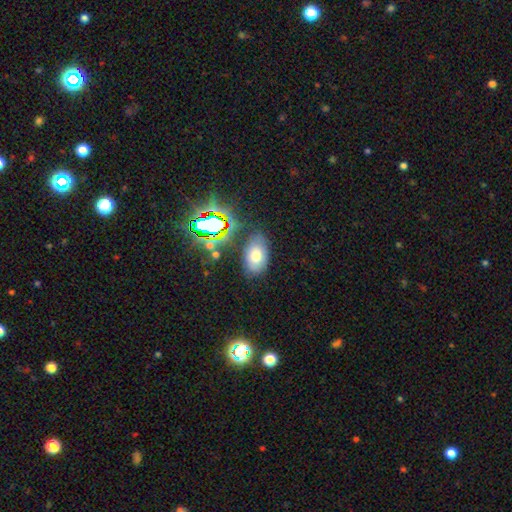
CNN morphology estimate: Overall: smooth (67%). How rounded: in between (90%). Merging: none (74%).